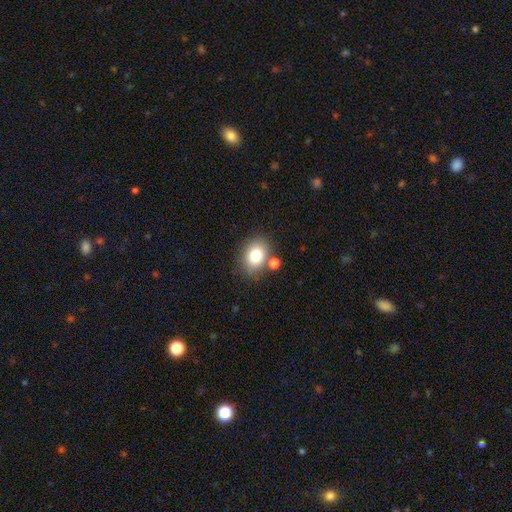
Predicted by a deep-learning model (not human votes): Overall: smooth (80%). How rounded: in between (62%; round 37%). Merging: none (72%).